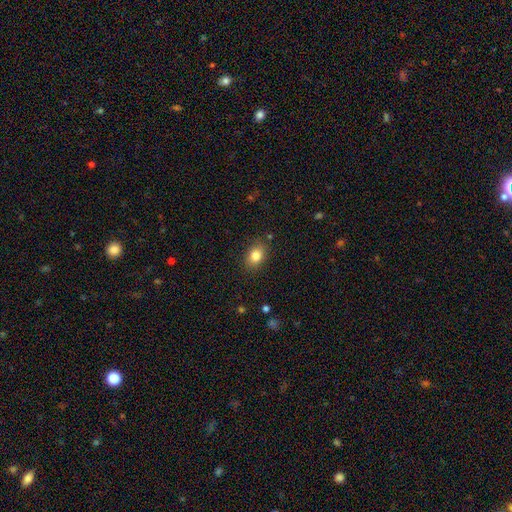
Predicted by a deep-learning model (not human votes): Overall: smooth (83%). How rounded: in between (71%). Merging: none (85%).